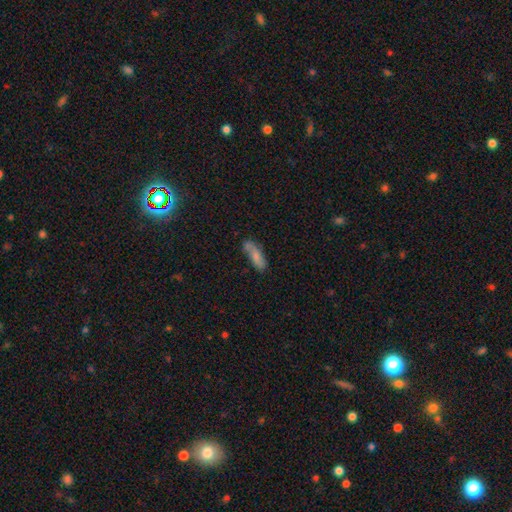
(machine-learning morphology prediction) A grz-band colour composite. It shows a smooth galaxy with no disk features (72%) that is in between round and cigar-shaped (53%). Merging: none (57%).